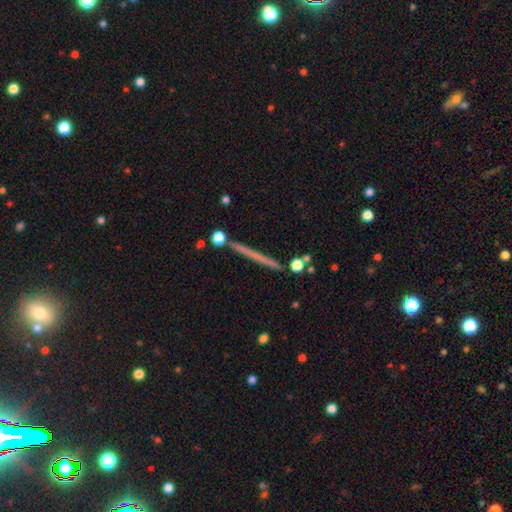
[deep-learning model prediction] smooth_or_featured: featured or disk (p=0.52) [alt: smooth p=0.38]
disk_edge_on: yes (p=0.96) [alt: no p=0.04]
merging: none (p=0.87) [alt: minor disturbance p=0.08]